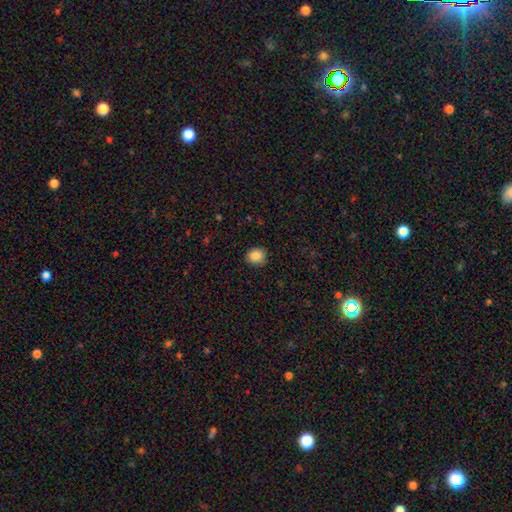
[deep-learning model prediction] smooth-or-featured: smooth: 86% | star or artifact: 10% | featured or disk: 4%
  how-rounded: round: 75% | in between: 24% | cigar-shaped: 1%
  merging: none: 87% | minor disturbance: 10% | major disturbance: 2% | merger: 1%